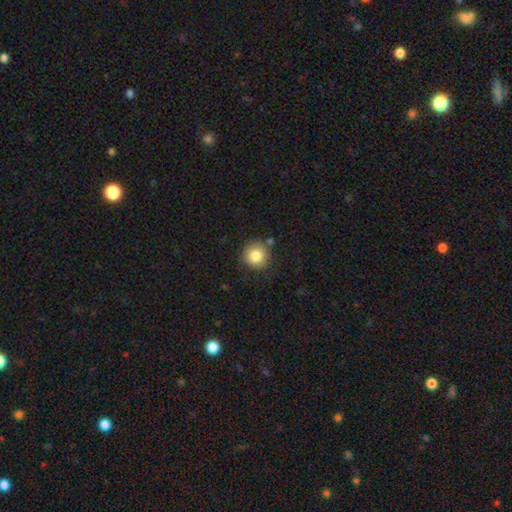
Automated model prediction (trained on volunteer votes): smooth-or-featured: smooth: 84% | star or artifact: 9% | featured or disk: 8%
  how-rounded: round: 93% | in between: 6% | cigar-shaped: 1%
  merging: none: 81% | minor disturbance: 12% | merger: 4% | major disturbance: 3%